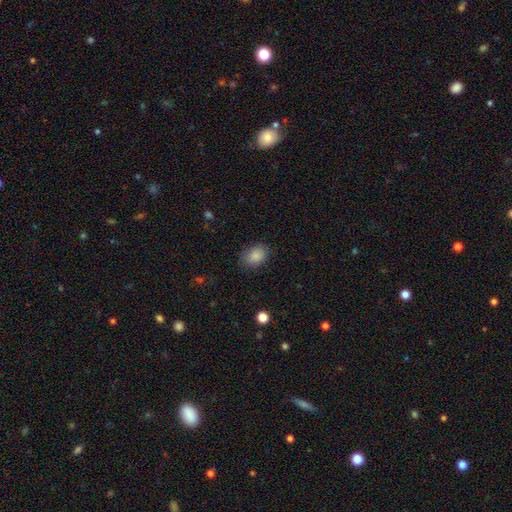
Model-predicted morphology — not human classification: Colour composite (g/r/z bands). It shows a smooth galaxy with no disk features (86%) that is in between round and cigar-shaped (68%). Merging: none (82%).